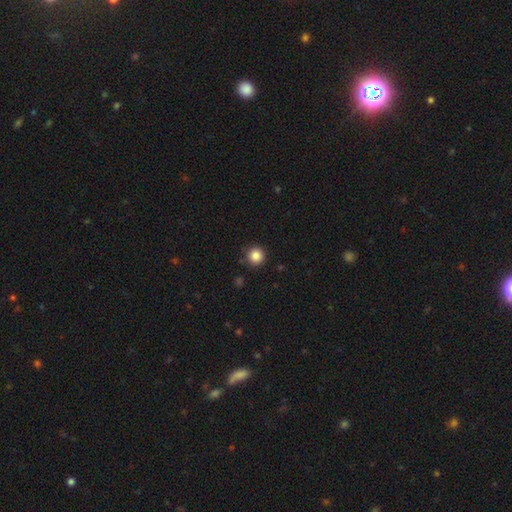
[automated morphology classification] This is clearly a smooth galaxy (86%). How rounded: clearly round (95%). Merging: clearly none (90%).